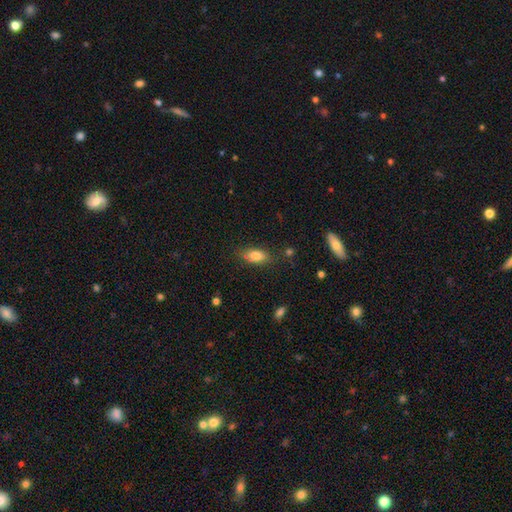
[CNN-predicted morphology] Overall: smooth (82%). How rounded: in between (85%). Merging: none (79%).